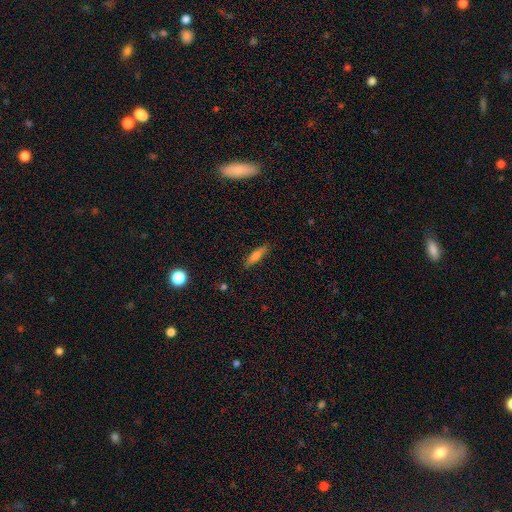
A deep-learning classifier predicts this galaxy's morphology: smooth 73%, featured or disk 19%, star or artifact 7%. Down the decision tree: how rounded — cigar-shaped (68%); merging — none (84%).